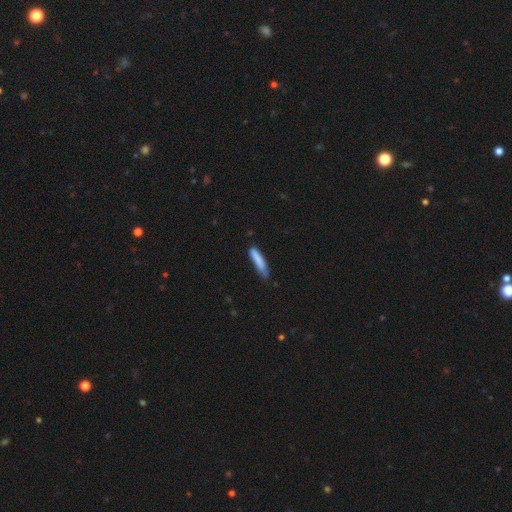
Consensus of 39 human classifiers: Smooth or featured? smooth (87%)
How rounded? cigar-shaped (97%)
Merging? none (63%)